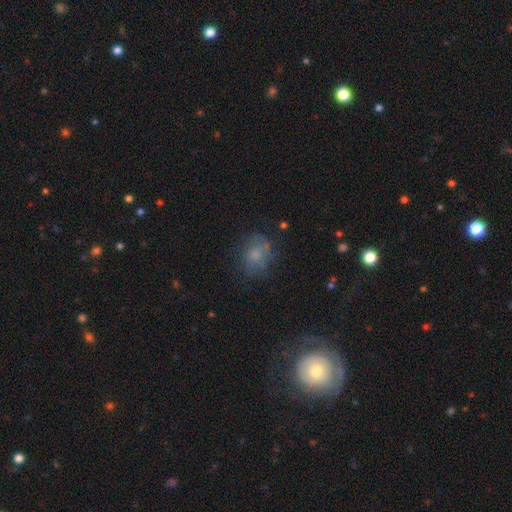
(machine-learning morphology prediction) Smooth or featured? smooth (63%)
How rounded? round (52%)
Merging? none (62%)